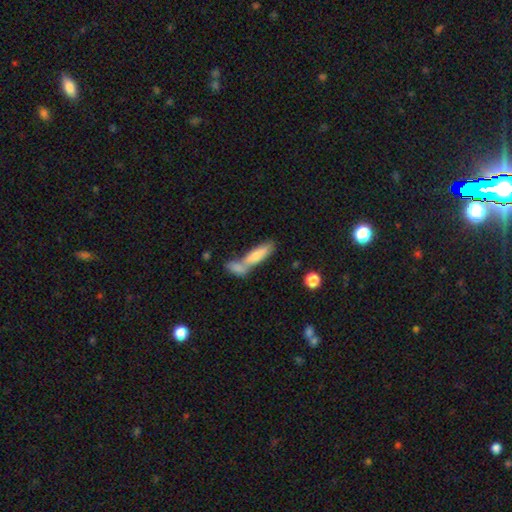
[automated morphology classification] type=smooth (72%); roundness=cigar-shaped (56%); merging=merger (54%).